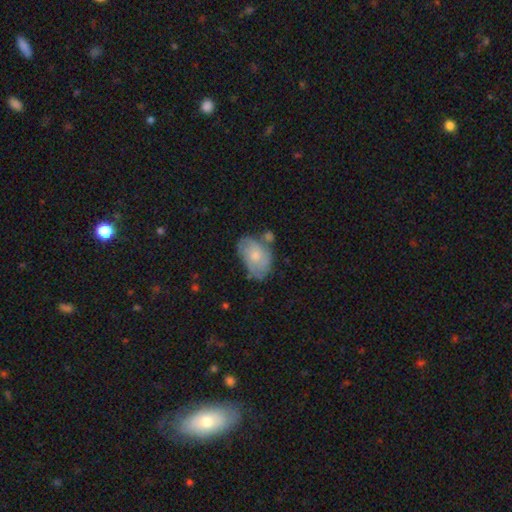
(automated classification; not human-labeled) Smooth or featured: smooth — 47% (featured or disk — 46%)
Merging: none — 50% (minor disturbance — 28%)